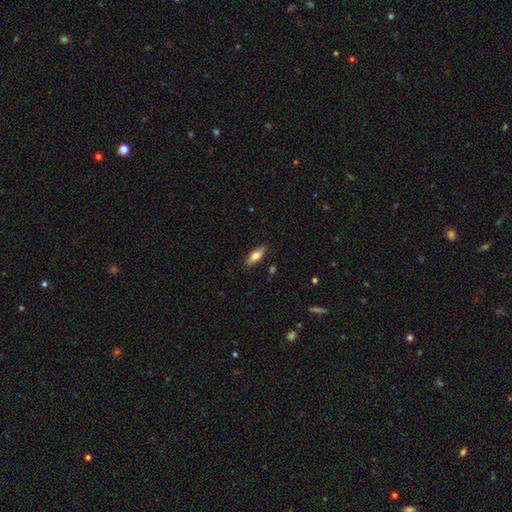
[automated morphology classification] smooth 72%, featured or disk 22%, star or artifact 6%. Down the decision tree: how rounded — in between (71%); merging — none (86%).